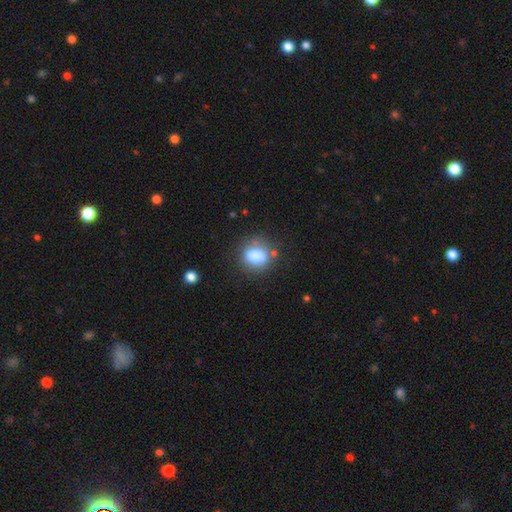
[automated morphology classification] smooth_or_featured: smooth (p=0.79) [alt: featured or disk p=0.12]
how_rounded: round (p=0.57) [alt: in between p=0.41]
merging: none (p=0.62) [alt: minor disturbance p=0.21]